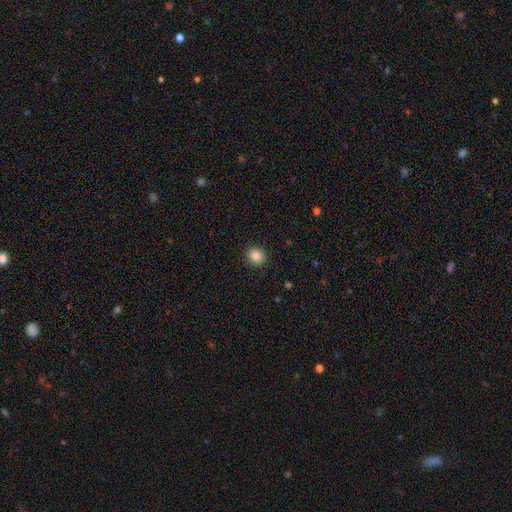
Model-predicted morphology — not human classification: A smooth galaxy with no disk features (86%) that is round (85%).

Vote fractions:
- Smooth or featured? smooth: 86% / star or artifact: 10% / featured or disk: 4%
- How rounded? round: 85% / in between: 14% / cigar-shaped: 1%
- Merging? none: 92% / minor disturbance: 6% / major disturbance: 2% / merger: 1%